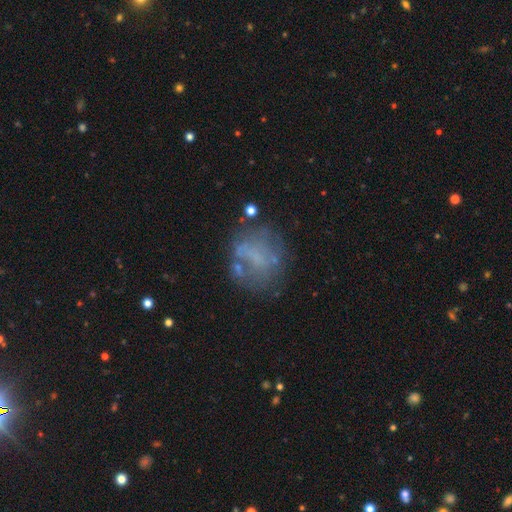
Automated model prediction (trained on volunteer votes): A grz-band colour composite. It shows a featured or disk galaxy (44%). Merging: none (55%).